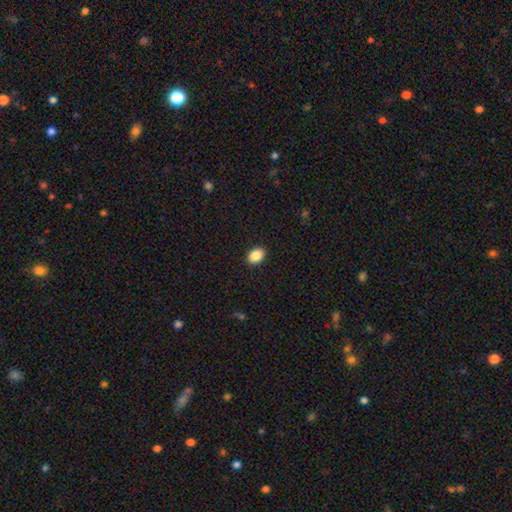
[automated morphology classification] The model was most divided on "how rounded": in between: 73%, round: 26%, cigar-shaped: 1%. More confident: merging — none (91%); smooth or featured — smooth (89%).